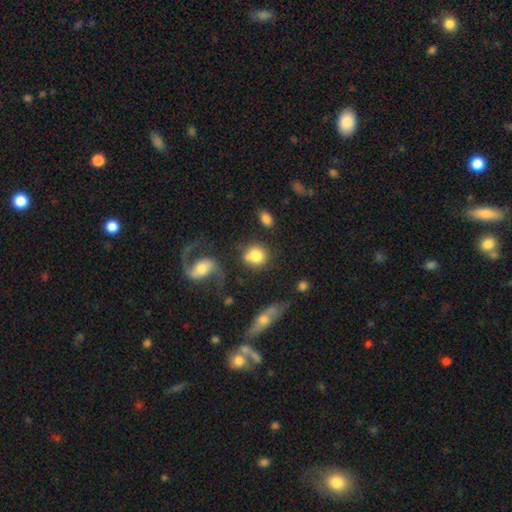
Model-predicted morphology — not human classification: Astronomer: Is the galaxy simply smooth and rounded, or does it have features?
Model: smooth — 77%.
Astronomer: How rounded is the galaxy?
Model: round — 68%.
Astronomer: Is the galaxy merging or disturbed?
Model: none — 58%.